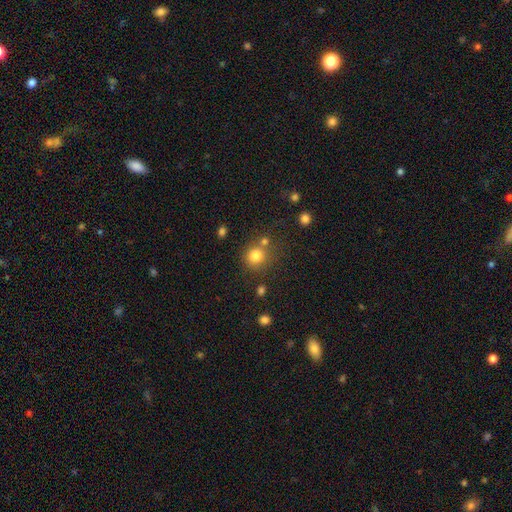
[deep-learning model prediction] This appears to be a smooth galaxy with no disk features (80%) that is round (88%). Merging: none (67%).